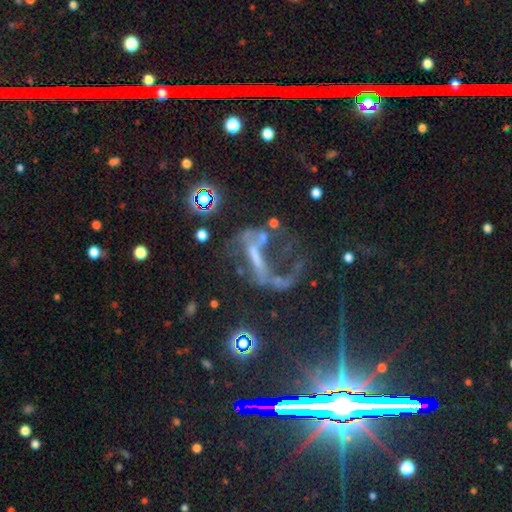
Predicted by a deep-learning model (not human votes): This is possibly a featured or disk galaxy (60%). It is clearly not viewed edge-on (91%). Bar: marginally strong (41%). Spiral arm pattern: possibly yes (51%). Central bulge: possibly none (58%). Merging: marginally major disturbance (45%).